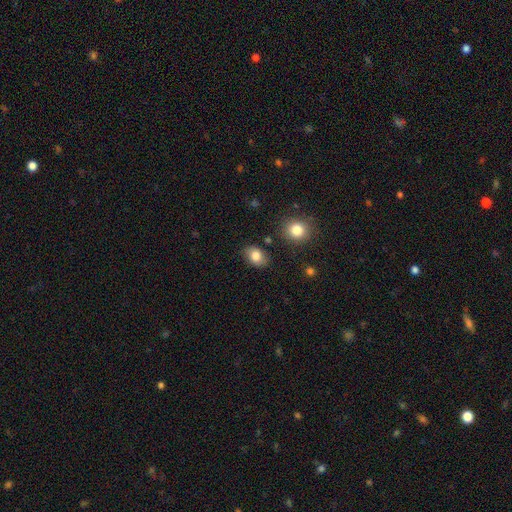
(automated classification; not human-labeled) Smooth or featured? smooth (83%)
How rounded? in between (74%)
Merging? none (82%)